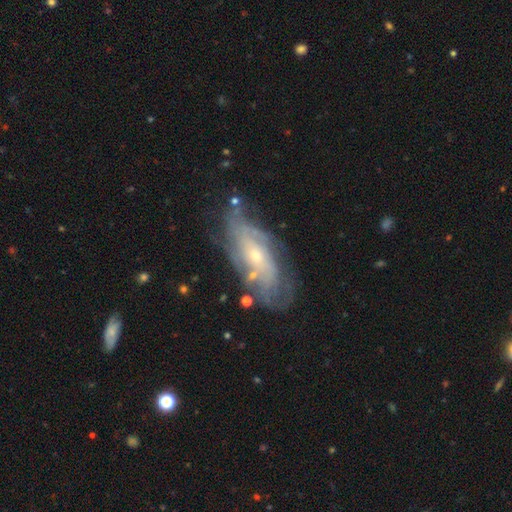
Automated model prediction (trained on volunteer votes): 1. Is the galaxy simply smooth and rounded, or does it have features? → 77% featured or disk, 16% smooth, 7% star or artifact.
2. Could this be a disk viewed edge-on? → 87% no, 13% yes.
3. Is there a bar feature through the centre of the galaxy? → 71% no, 24% weak, 5% strong.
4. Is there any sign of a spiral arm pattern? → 84% yes, 16% no.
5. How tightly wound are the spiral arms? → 58% tight, 30% medium, 12% loose.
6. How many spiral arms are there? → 57% can't tell, 16% 2, 9% 3, 9% 4, 5% more than 4, 4% 1.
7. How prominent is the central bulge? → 65% small, 31% moderate, 2% none, 2% large, 1% dominant.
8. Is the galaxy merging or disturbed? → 68% none, 20% minor disturbance, 8% major disturbance, 4% merger.